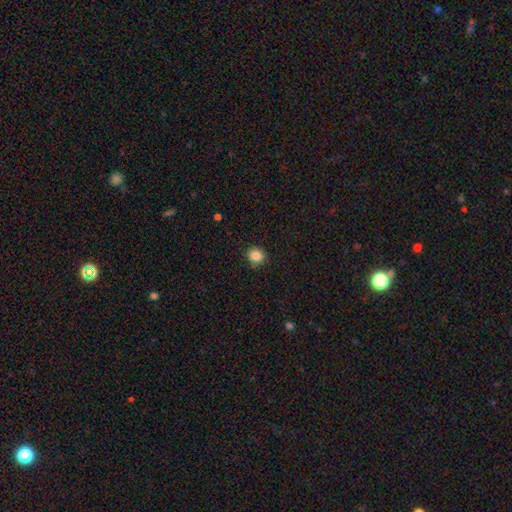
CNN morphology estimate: Smooth or featured?
  - smooth: 86% *
  - star or artifact: 10%
  - featured or disk: 4%
How rounded?
  - round: 84% *
  - in between: 15%
  - cigar-shaped: 1%
Merging?
  - none: 85% *
  - minor disturbance: 11%
  - major disturbance: 2%
  - merger: 1%